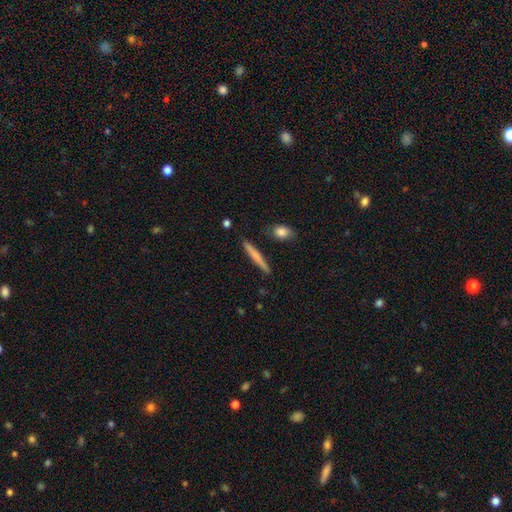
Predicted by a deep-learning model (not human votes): Smooth or featured?
  - smooth: 65% *
  - featured or disk: 30%
  - star or artifact: 6%
How rounded?
  - cigar-shaped: 95% *
  - in between: 4%
  - round: 2%
Merging?
  - none: 89% *
  - minor disturbance: 7%
  - merger: 2%
  - major disturbance: 2%